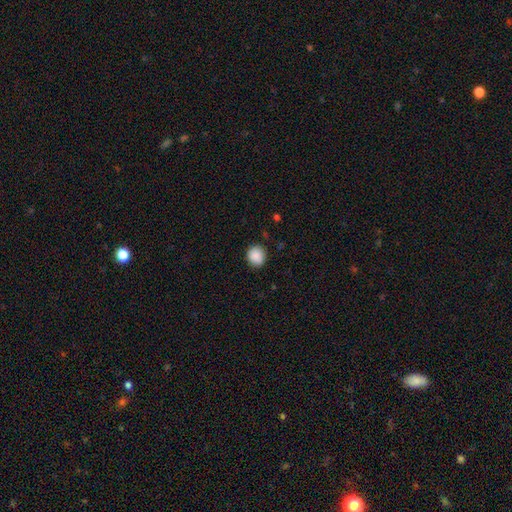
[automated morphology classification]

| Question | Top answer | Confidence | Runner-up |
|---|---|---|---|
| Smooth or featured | smooth | 89% | star or artifact (8%) |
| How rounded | round | 83% | in between (16%) |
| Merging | none | 87% | minor disturbance (10%) |